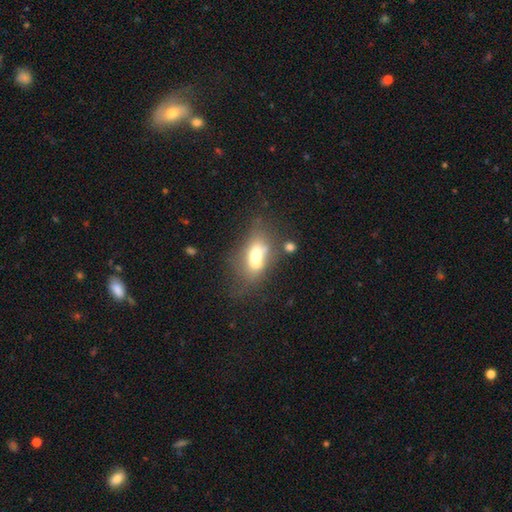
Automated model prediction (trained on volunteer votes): smooth_or_featured: smooth (p=0.58) [alt: featured or disk p=0.32]
how_rounded: in between (p=0.82) [alt: round p=0.11]
merging: none (p=0.40) [alt: minor disturbance p=0.24]